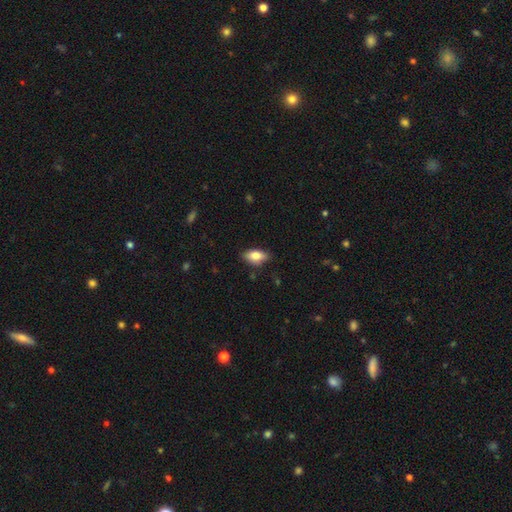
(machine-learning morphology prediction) A smooth galaxy with no disk features (76%) that is in between round and cigar-shaped (88%). Merging: none (82%).